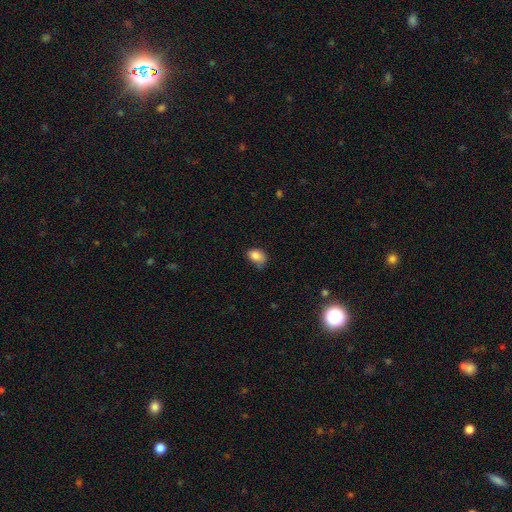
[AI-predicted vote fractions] Morphology: type=smooth (85%); roundness=in between (80%); merging=none (56%).